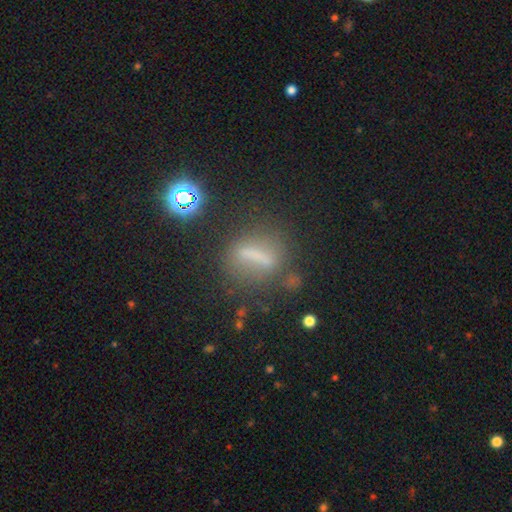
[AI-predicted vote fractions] Overall: smooth (42%; featured or disk 36%). Merging: none (64%).